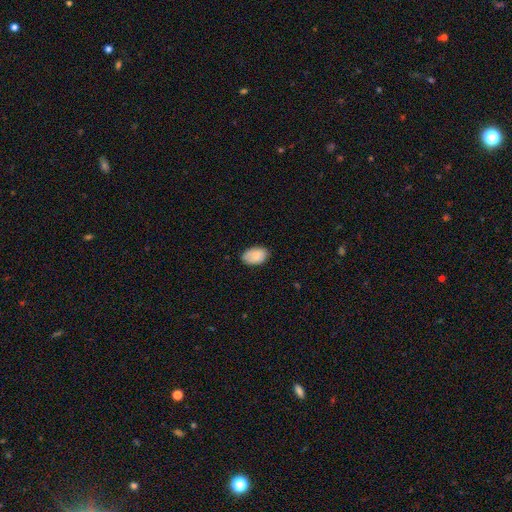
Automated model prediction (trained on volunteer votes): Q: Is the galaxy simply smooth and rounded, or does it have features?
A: smooth — 82%.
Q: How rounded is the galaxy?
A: in between — 91%.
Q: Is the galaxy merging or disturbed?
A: none — 81%.